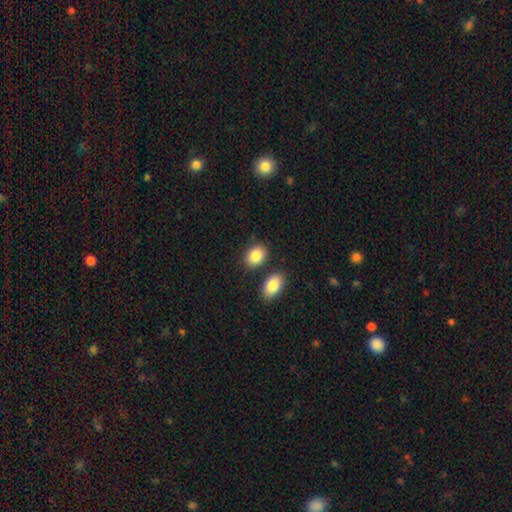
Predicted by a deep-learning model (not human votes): Smooth or featured: smooth — 87% (star or artifact — 7%)
How rounded: in between — 77% (round — 22%)
Merging: none — 75% (merger — 11%)